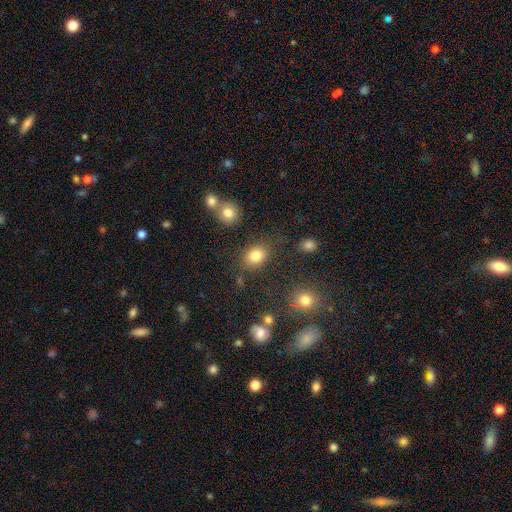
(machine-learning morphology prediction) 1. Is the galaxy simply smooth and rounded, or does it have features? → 80% smooth, 12% star or artifact, 8% featured or disk.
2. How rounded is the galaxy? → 59% in between, 40% round, 1% cigar-shaped.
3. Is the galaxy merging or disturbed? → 77% none, 13% minor disturbance, 6% merger, 5% major disturbance.